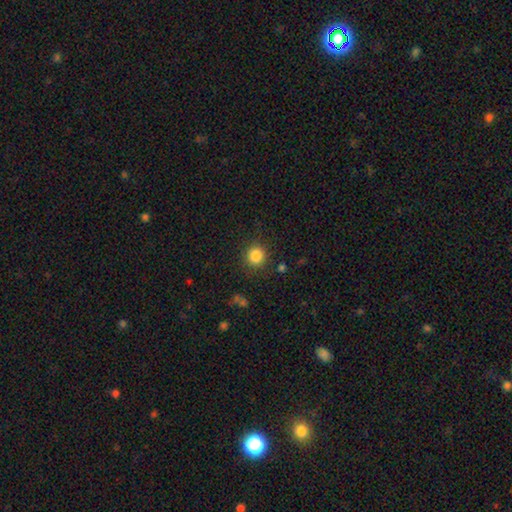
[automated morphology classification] Overall: smooth (85%). How rounded: round (93%). Merging: none (87%).